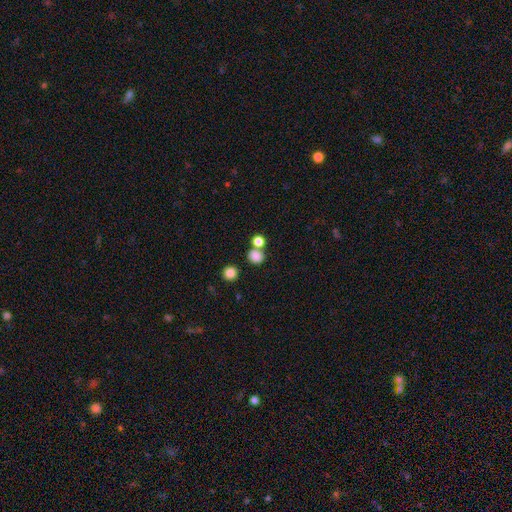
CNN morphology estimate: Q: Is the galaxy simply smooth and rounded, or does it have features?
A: smooth — 81%.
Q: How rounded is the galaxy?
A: round — 80%.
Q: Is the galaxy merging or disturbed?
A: none — 61%.